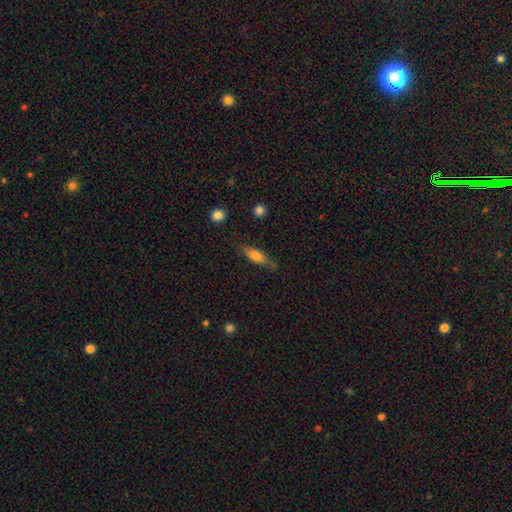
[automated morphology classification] Q: Smooth or featured?
A: smooth (68%); runner-up: featured or disk (25%)
Q: How rounded?
A: in between (57%); runner-up: cigar-shaped (39%)
Q: Merging?
A: none (69%); runner-up: minor disturbance (23%)